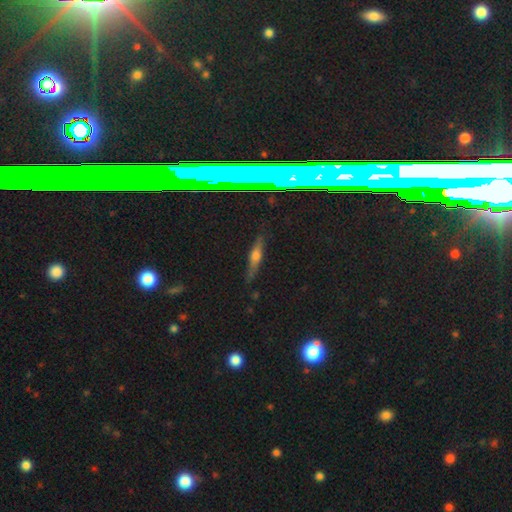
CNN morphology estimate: Smooth or featured? Predicted: featured or disk (p=0.47). Merging? Predicted: none (p=0.80).